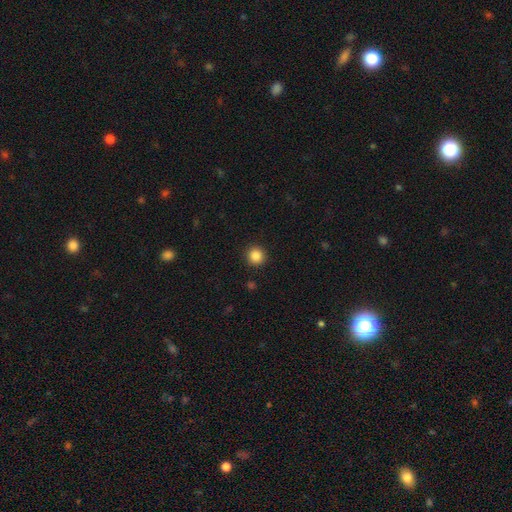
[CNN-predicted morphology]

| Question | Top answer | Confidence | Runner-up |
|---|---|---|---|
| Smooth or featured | smooth | 86% | star or artifact (10%) |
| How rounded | round | 94% | in between (5%) |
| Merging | none | 92% | minor disturbance (5%) |